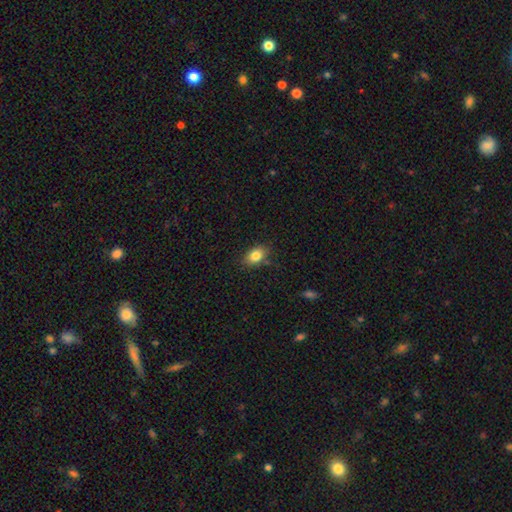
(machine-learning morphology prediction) Q: Smooth or featured?
A: smooth (83%); runner-up: star or artifact (9%)
Q: How rounded?
A: in between (81%); runner-up: round (18%)
Q: Merging?
A: none (82%); runner-up: minor disturbance (13%)